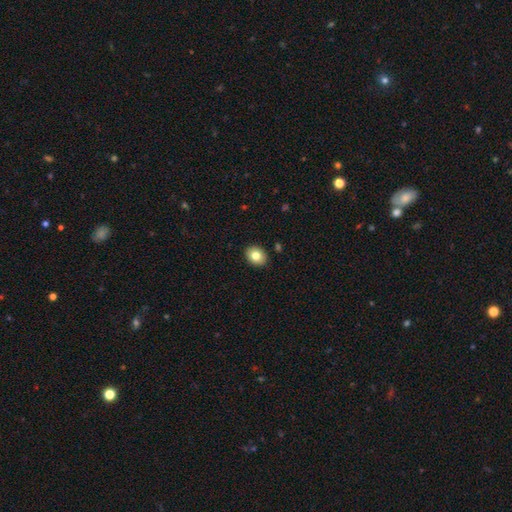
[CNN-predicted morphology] Overall: smooth (81%). How rounded: in between (55%; round 44%). Merging: none (90%).